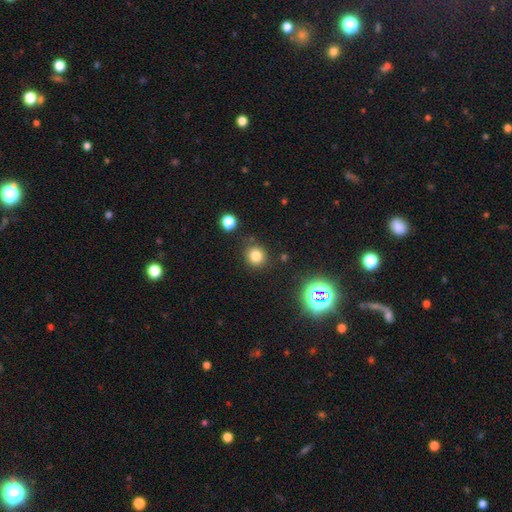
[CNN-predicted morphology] smooth-or-featured: smooth: 77% | star or artifact: 17% | featured or disk: 6%
  how-rounded: round: 86% | in between: 13% | cigar-shaped: 1%
  merging: none: 83% | minor disturbance: 9% | merger: 4% | major disturbance: 3%